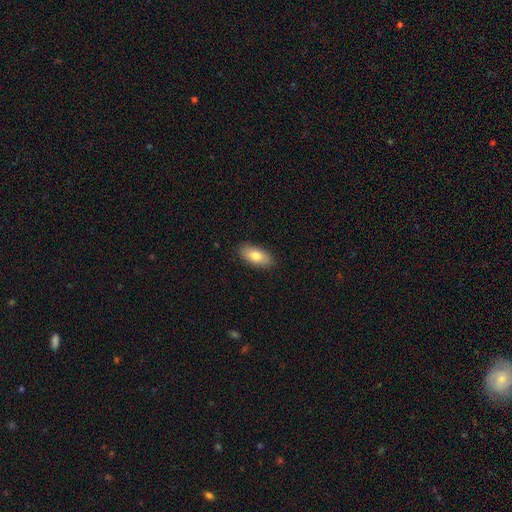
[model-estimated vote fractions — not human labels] Overall: smooth (79%). How rounded: in between (90%). Merging: none (88%).